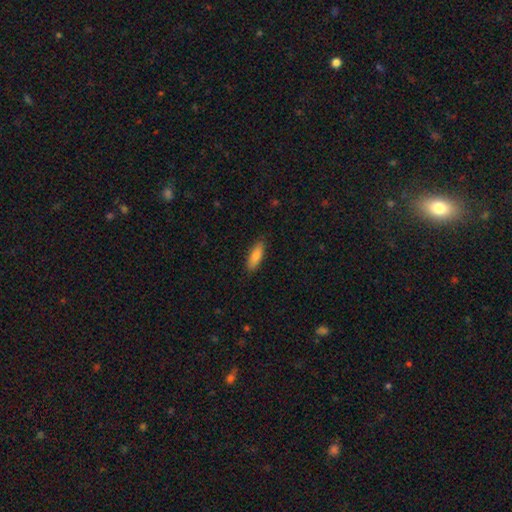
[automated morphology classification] The model was most divided on "how rounded": in between: 51%, cigar-shaped: 47%, round: 2%. More confident: merging — none (88%); smooth or featured — smooth (80%).